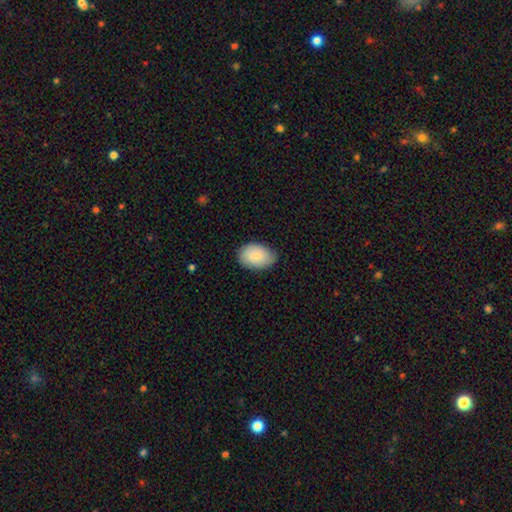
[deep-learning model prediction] Smooth or featured: smooth — 79% (featured or disk — 15%)
How rounded: in between — 88% (round — 11%)
Merging: none — 76% (minor disturbance — 20%)